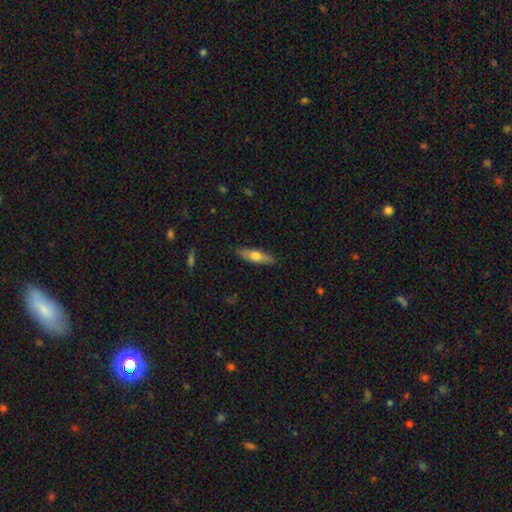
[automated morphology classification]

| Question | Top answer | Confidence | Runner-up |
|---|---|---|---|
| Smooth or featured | smooth | 63% | featured or disk (31%) |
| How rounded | cigar-shaped | 58% | in between (40%) |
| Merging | none | 87% | minor disturbance (10%) |